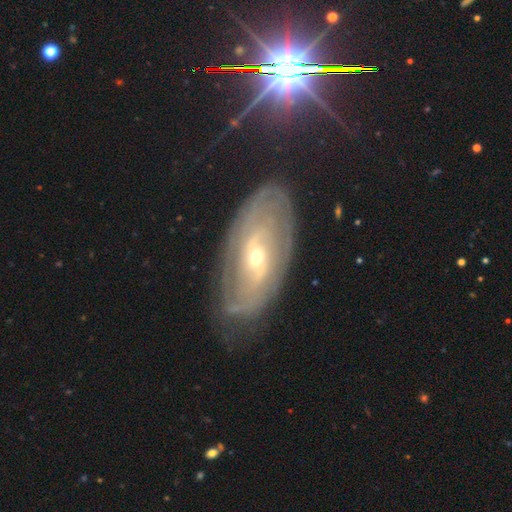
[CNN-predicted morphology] Smooth or featured?
  - featured or disk: 81% *
  - smooth: 12%
  - star or artifact: 7%
Edge-on disk?
  - no: 91% *
  - yes: 9%
Bar?
  - no: 45% *
  - weak: 37%
  - strong: 18%
Spiral arms?
  - yes: 83% *
  - no: 17%
Spiral winding?
  - tight: 72% *
  - medium: 21%
  - loose: 8%
Spiral arm count?
  - can't tell: 54% *
  - 2: 23%
  - 3: 8%
  - 4: 6%
  - more than 4: 5%
  - 1: 4%
Bulge size?
  - small: 58% *
  - moderate: 39%
  - large: 2%
  - dominant: 1%
  - none: 1%
Merging?
  - none: 74% *
  - minor disturbance: 17%
  - major disturbance: 7%
  - merger: 2%